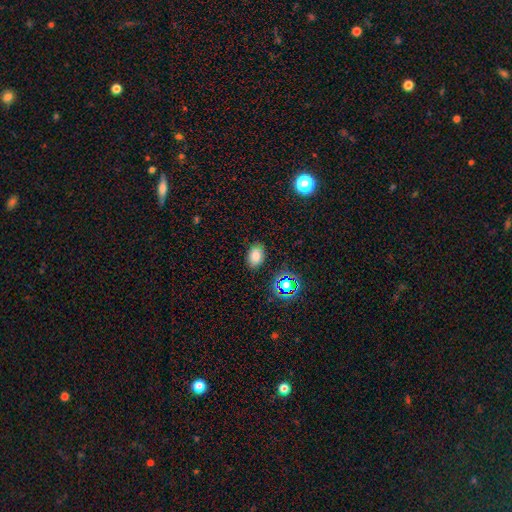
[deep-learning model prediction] This appears to be a smooth galaxy with no disk features (78%) that is in between round and cigar-shaped (83%). Merging: none (85%).